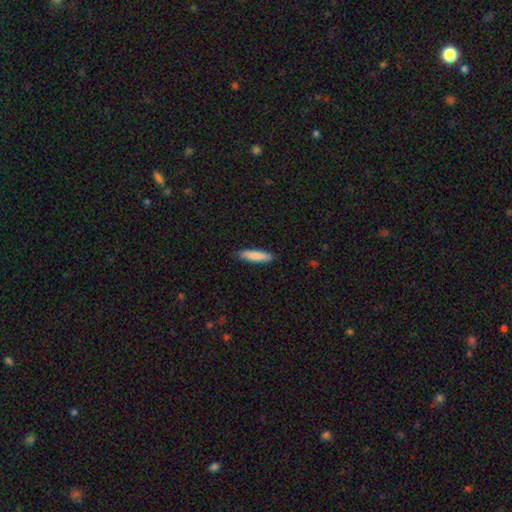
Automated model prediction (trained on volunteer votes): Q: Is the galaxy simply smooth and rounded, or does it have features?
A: smooth — 84%.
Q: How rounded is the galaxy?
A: cigar-shaped — 79%.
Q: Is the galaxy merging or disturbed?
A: none — 90%.